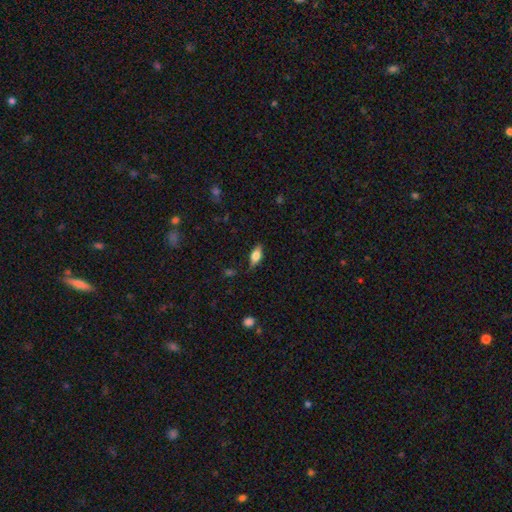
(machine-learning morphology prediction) This is possibly a smooth galaxy (58%). How rounded: likely in between (77%). Merging: likely none (78%).